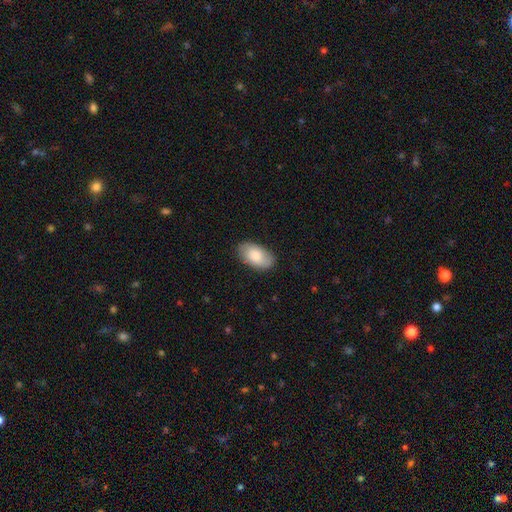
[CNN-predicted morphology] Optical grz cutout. It shows a smooth galaxy with no disk features (79%) that is in between round and cigar-shaped (95%). Merging: none (82%).